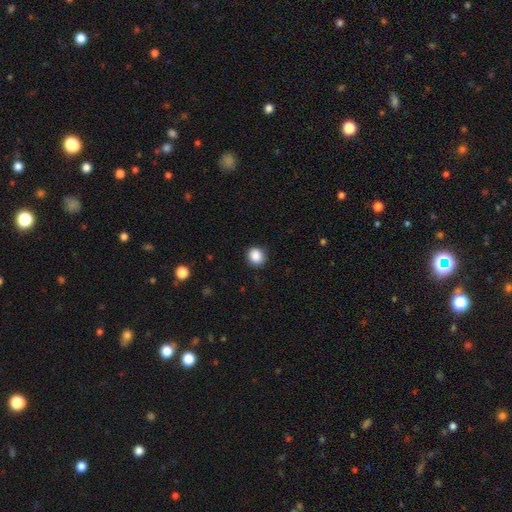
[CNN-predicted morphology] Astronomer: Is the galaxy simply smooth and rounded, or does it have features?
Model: smooth — 88%.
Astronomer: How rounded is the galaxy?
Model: round — 80%.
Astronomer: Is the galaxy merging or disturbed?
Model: none — 88%.